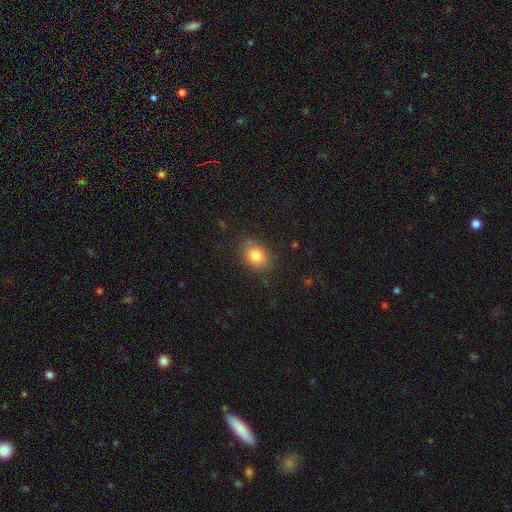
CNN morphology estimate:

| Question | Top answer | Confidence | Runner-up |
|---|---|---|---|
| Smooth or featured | smooth | 80% | star or artifact (11%) |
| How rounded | in between | 52% | round (46%) |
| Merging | none | 79% | minor disturbance (15%) |